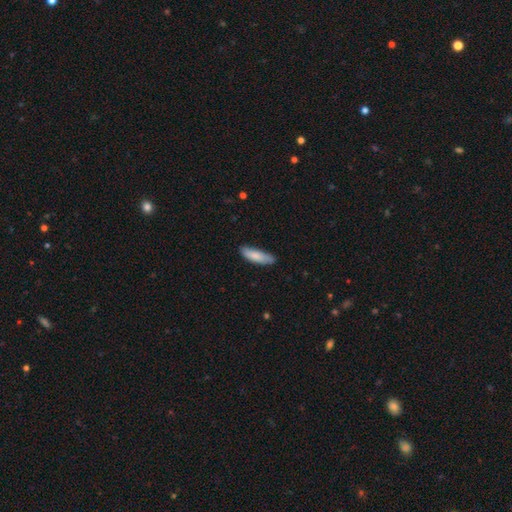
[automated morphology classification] smooth 84%, featured or disk 10%, star or artifact 6%. Down the decision tree: how rounded — cigar-shaped (56%); merging — none (76%).